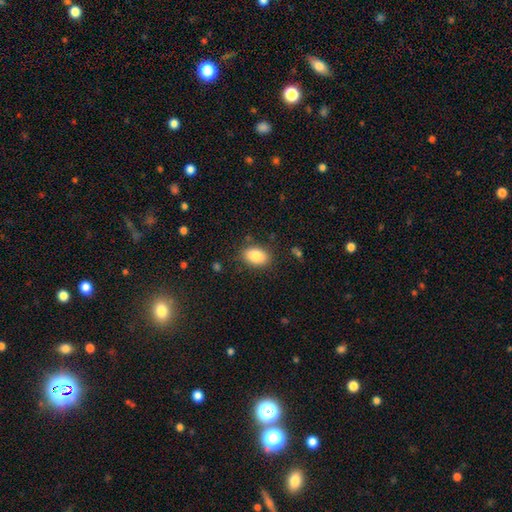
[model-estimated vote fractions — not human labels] Smooth or featured? smooth (85%)
How rounded? in between (87%)
Merging? none (83%)